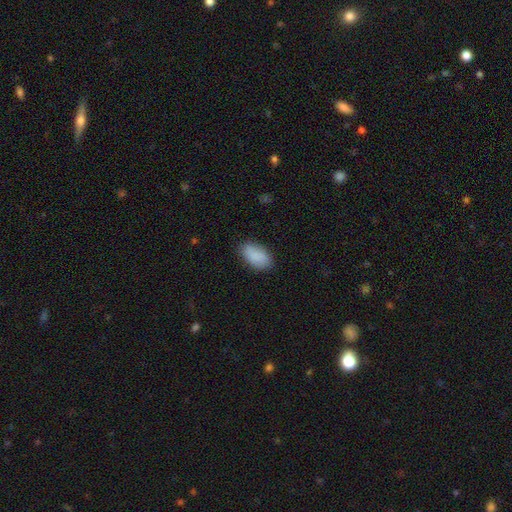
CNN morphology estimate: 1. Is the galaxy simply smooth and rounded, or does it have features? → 89% smooth, 6% star or artifact, 5% featured or disk.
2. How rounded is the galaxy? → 94% in between, 3% round, 3% cigar-shaped.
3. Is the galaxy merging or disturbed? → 84% none, 12% minor disturbance, 3% major disturbance, 1% merger.